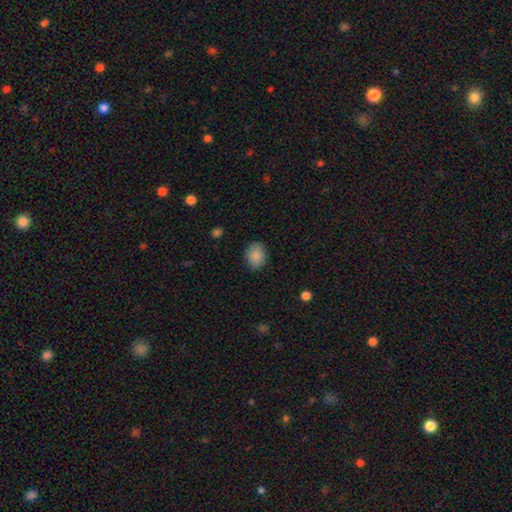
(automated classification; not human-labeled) A smooth galaxy with no disk features (87%) that is in between round and cigar-shaped (54%). Merging: none (84%).